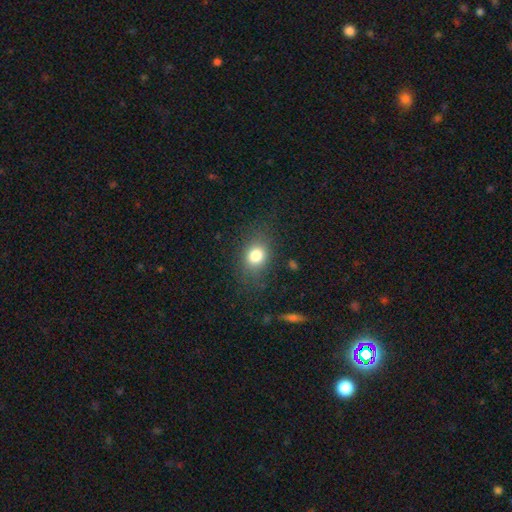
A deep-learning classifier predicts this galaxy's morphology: smooth_or_featured: smooth (p=0.79) [alt: star or artifact p=0.12]
how_rounded: in between (p=0.53) [alt: round p=0.46]
merging: none (p=0.77) [alt: minor disturbance p=0.15]